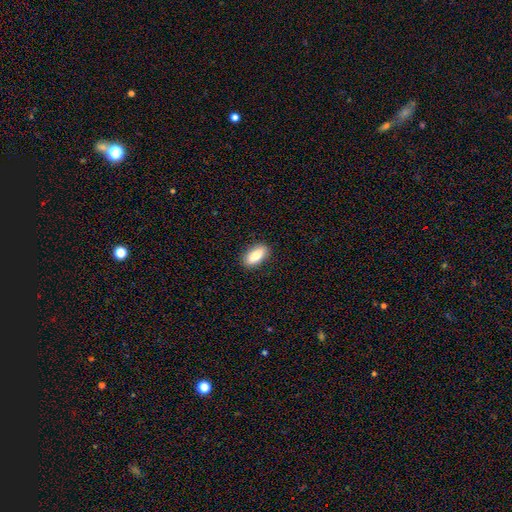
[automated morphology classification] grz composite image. It shows a smooth galaxy with no disk features (82%) that is in between round and cigar-shaped (85%). Merging: none (89%).